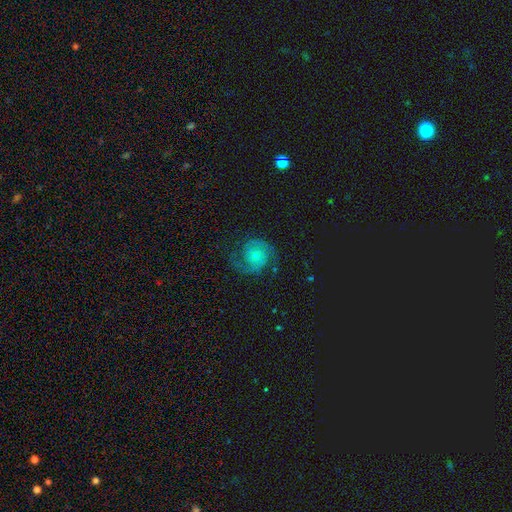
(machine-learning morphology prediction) Smooth or featured?
  - featured or disk: 82% *
  - star or artifact: 9%
  - smooth: 9%
Edge-on disk?
  - no: 98% *
  - yes: 2%
Bar?
  - no: 75% *
  - weak: 20%
  - strong: 4%
Spiral arms?
  - yes: 97% *
  - no: 3%
Spiral winding?
  - medium: 46% *
  - tight: 40%
  - loose: 13%
Spiral arm count?
  - 2: 87% *
  - can't tell: 5%
  - 3: 3%
  - 1: 2%
  - 4: 2%
  - more than 4: 2%
Bulge size?
  - small: 65% *
  - moderate: 27%
  - none: 4%
  - large: 2%
  - dominant: 1%
Merging?
  - none: 76% *
  - minor disturbance: 15%
  - major disturbance: 8%
  - merger: 1%